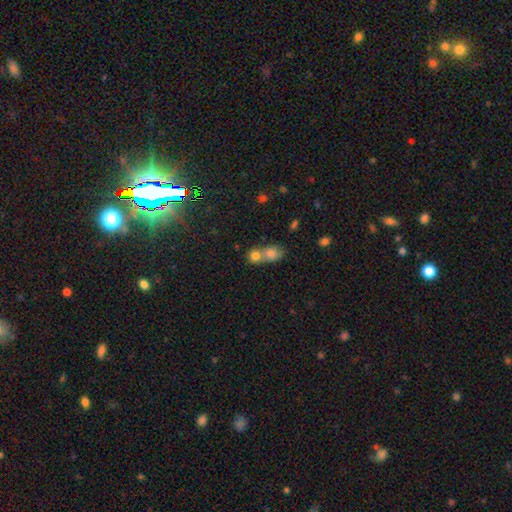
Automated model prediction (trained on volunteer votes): Smooth or featured? Predicted: smooth (p=0.75). How rounded? Predicted: round (p=0.66). Merging? Predicted: merger (p=0.67).